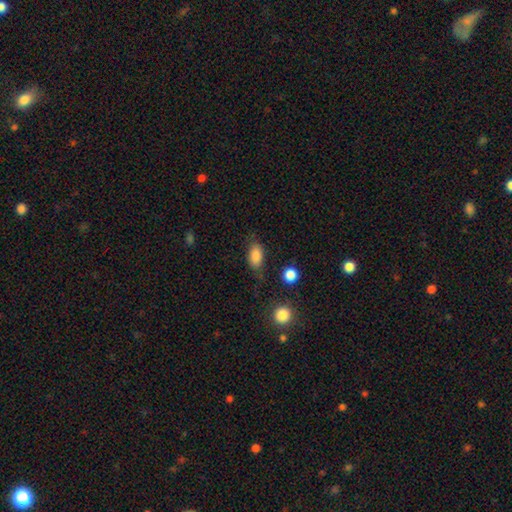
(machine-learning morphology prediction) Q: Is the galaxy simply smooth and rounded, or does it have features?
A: smooth — 86%.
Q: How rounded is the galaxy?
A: in between — 88%.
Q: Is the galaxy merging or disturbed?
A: none — 74%.